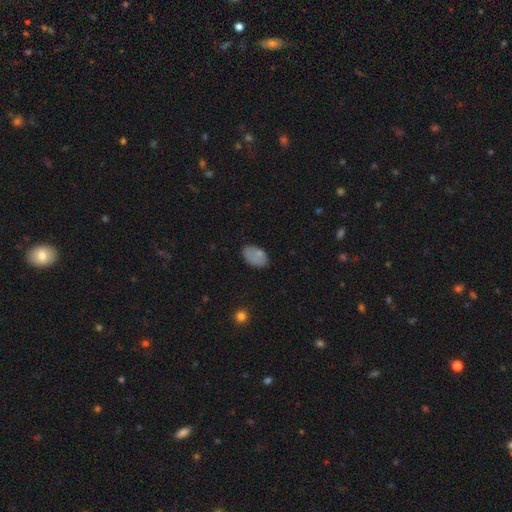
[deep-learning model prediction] This appears to be a smooth galaxy with no disk features (75%) that is in between round and cigar-shaped (90%). Merging: none (62%).